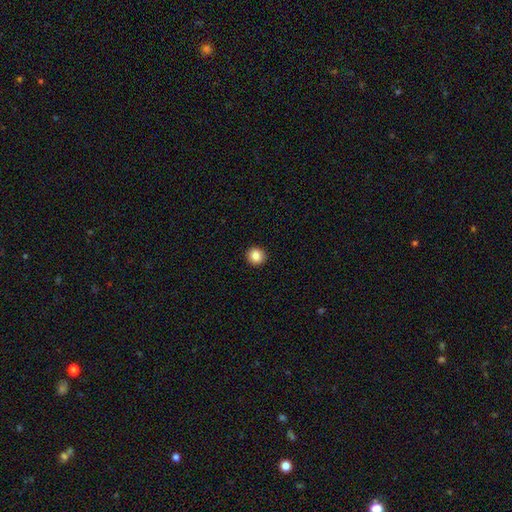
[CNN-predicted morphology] smooth-or-featured: smooth: 87% | star or artifact: 9% | featured or disk: 4%
  how-rounded: round: 91% | in between: 8% | cigar-shaped: 1%
  merging: none: 93% | minor disturbance: 5% | major disturbance: 2% | merger: 1%